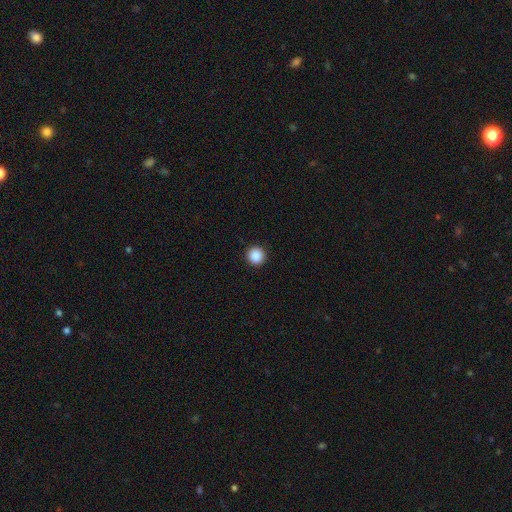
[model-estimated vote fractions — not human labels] This appears to be a smooth galaxy with no disk features (88%) that is round (95%). Merging: none (93%).